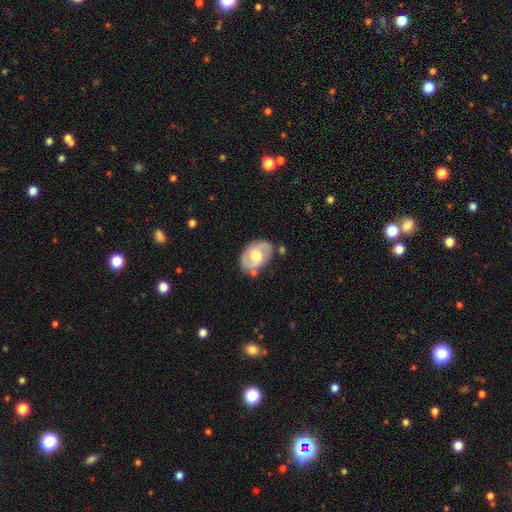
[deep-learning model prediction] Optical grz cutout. It shows a featured or disk galaxy (71%) with no bar (46%), 2 (85%) medium (49%) spiral arms (81%) and a moderate central bulge (52%). Merging: none (71%).